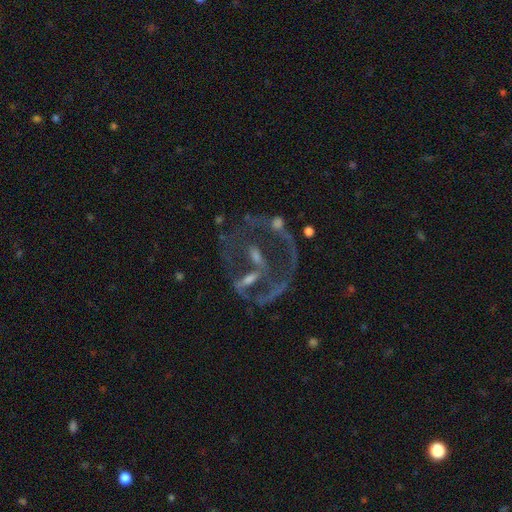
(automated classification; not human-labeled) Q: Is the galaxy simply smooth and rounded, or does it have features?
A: featured or disk — 74%.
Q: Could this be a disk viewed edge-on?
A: no — 96%.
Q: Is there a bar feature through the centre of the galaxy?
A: no — 56%.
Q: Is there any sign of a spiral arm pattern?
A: no — 64%.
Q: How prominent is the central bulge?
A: small — 34%.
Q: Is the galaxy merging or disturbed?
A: none — 34%.